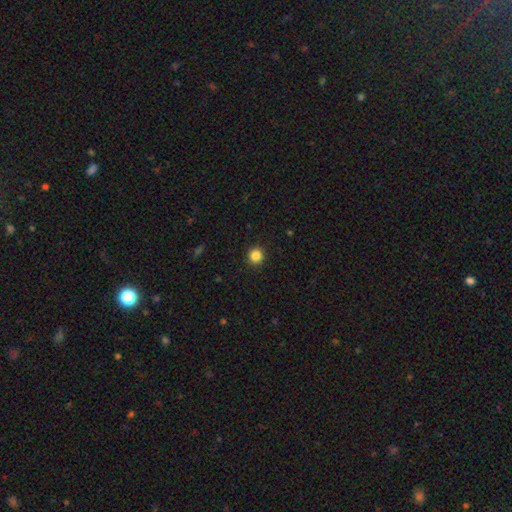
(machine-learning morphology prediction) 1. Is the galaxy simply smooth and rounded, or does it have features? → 85% smooth, 11% star or artifact, 4% featured or disk.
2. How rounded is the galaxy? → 93% round, 6% in between, 1% cigar-shaped.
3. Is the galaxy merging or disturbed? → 92% none, 5% minor disturbance, 2% major disturbance, 1% merger.